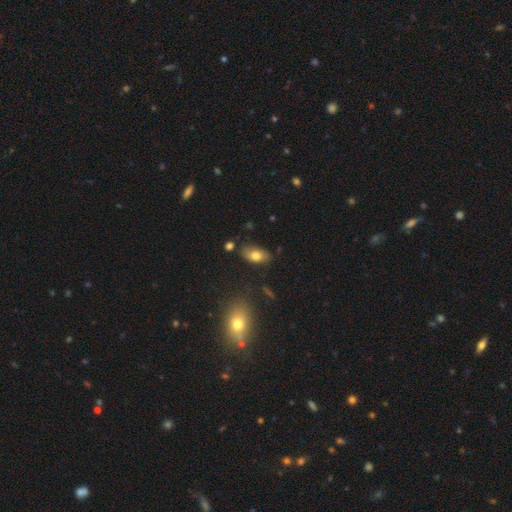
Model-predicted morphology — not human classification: Smooth or featured: smooth — 77% (featured or disk — 15%)
How rounded: in between — 90% (round — 7%)
Merging: none — 77% (minor disturbance — 16%)